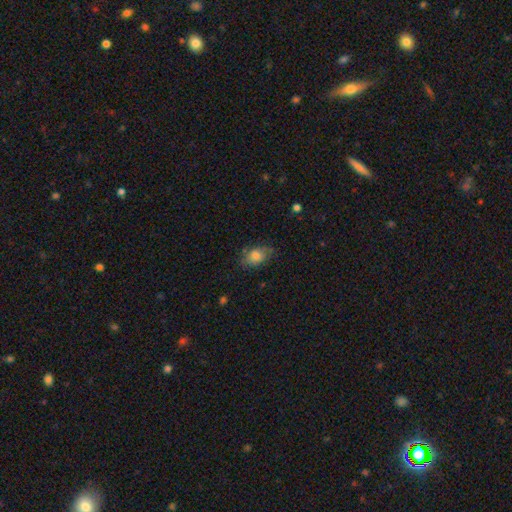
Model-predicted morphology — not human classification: smooth-or-featured: smooth: 75% | featured or disk: 16% | star or artifact: 8%
  how-rounded: in between: 83% | round: 15% | cigar-shaped: 2%
  merging: none: 67% | minor disturbance: 24% | major disturbance: 8% | merger: 2%